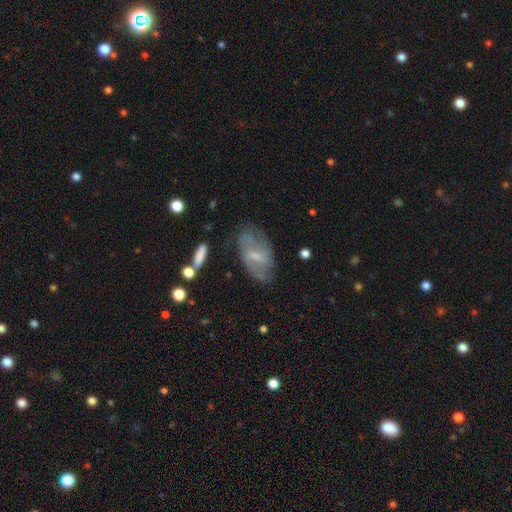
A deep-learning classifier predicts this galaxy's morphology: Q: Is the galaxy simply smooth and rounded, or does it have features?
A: featured or disk — 53%.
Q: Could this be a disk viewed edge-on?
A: no — 91%.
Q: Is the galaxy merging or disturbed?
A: none — 64%.